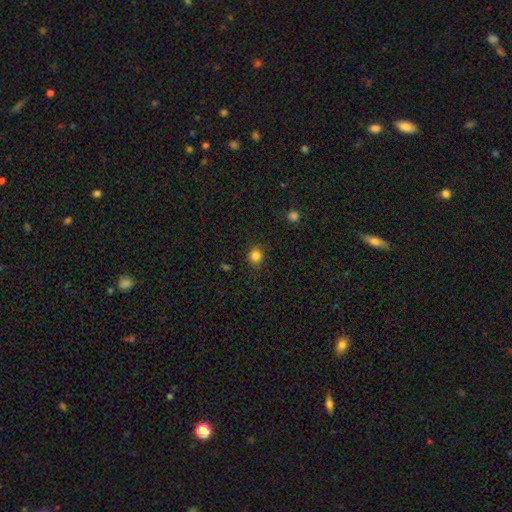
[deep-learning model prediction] Smooth or featured? Predicted: smooth (p=0.83). How rounded? Predicted: round (p=0.87). Merging? Predicted: none (p=0.89).